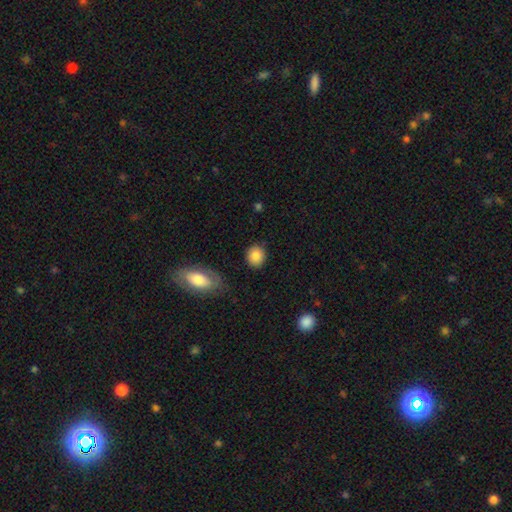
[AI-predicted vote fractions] A smooth galaxy with no disk features (86%) that is round (76%).

Vote fractions:
- Smooth or featured? smooth: 86% / star or artifact: 8% / featured or disk: 6%
- How rounded? round: 76% / in between: 22% / cigar-shaped: 1%
- Merging? none: 86% / minor disturbance: 9% / major disturbance: 3% / merger: 2%